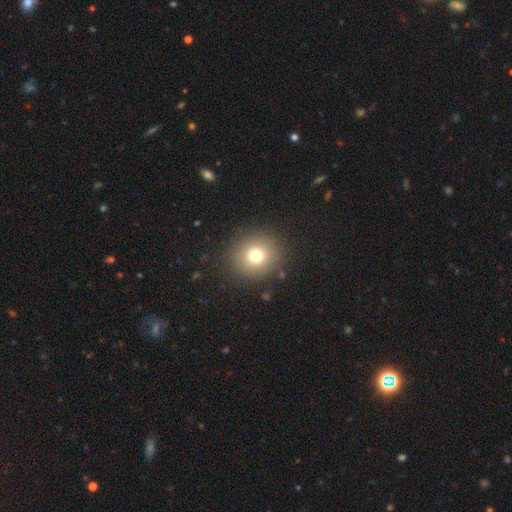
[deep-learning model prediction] This appears to be a smooth galaxy with no disk features (74%) that is round (85%). Merging: none (88%).